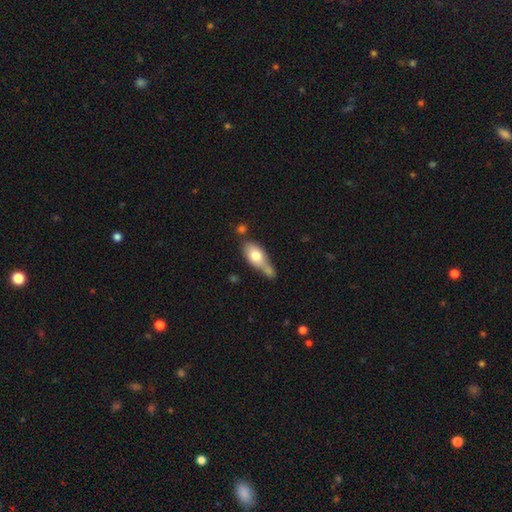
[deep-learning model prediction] A smooth galaxy with no disk features (72%) that is in between round and cigar-shaped (80%). Merging: merger (39%).